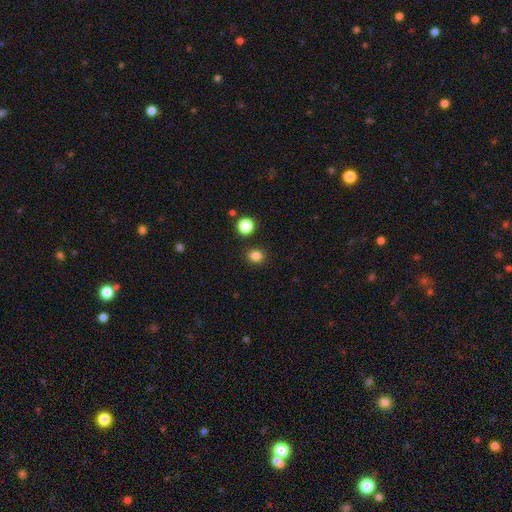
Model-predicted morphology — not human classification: A smooth galaxy with no disk features (83%) that is round (80%). Merging: none (89%).